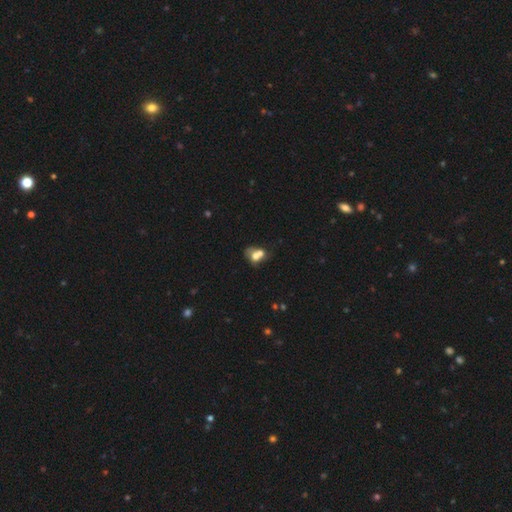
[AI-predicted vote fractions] The model was most divided on "how rounded": in between: 55%, round: 43%, cigar-shaped: 2%. More confident: smooth or featured — smooth (65%); merging — merger (64%).